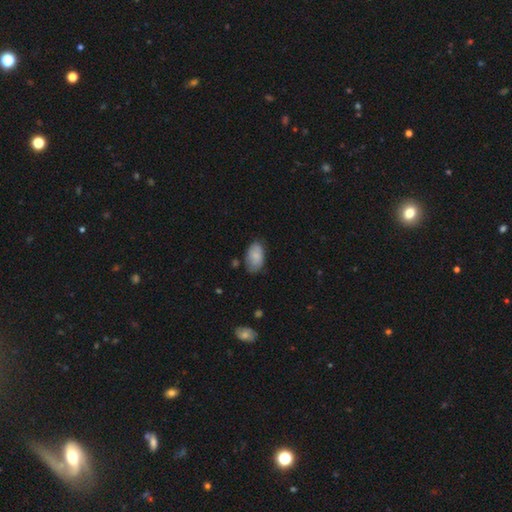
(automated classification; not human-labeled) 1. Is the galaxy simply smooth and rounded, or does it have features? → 81% smooth, 12% featured or disk, 7% star or artifact.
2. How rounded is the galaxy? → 93% in between, 5% round, 1% cigar-shaped.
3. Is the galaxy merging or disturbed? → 68% none, 25% minor disturbance, 5% major disturbance, 2% merger.